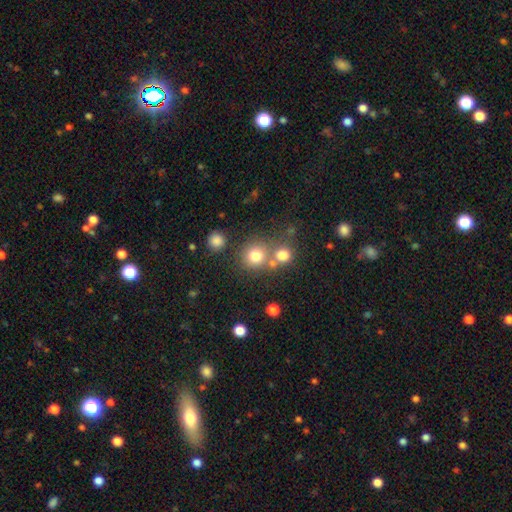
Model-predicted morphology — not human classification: Smooth or featured?
  - smooth: 76% *
  - star or artifact: 15%
  - featured or disk: 10%
How rounded?
  - round: 89% *
  - in between: 10%
  - cigar-shaped: 1%
Merging?
  - none: 63% *
  - merger: 24%
  - minor disturbance: 9%
  - major disturbance: 4%